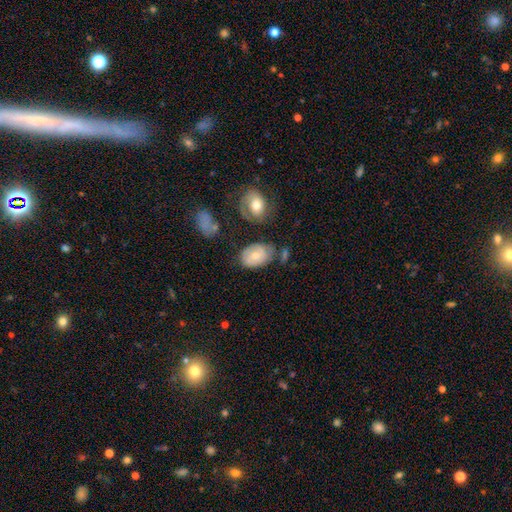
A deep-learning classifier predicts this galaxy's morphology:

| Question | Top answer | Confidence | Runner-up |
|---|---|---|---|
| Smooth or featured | smooth | 61% | featured or disk (32%) |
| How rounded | in between | 83% | round (16%) |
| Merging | none | 56% | minor disturbance (25%) |